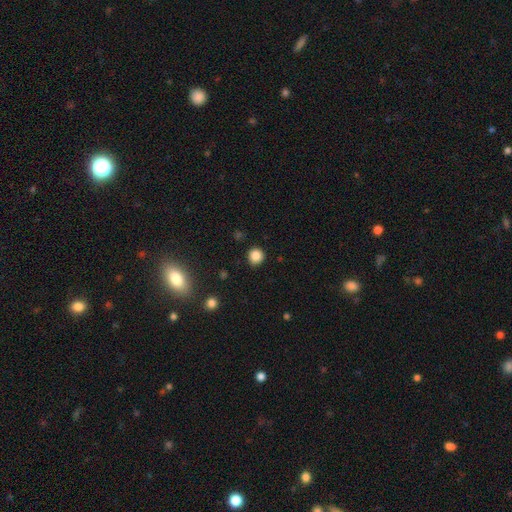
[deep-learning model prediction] Smooth or featured? Predicted: smooth (p=0.85). How rounded? Predicted: round (p=0.92). Merging? Predicted: none (p=0.90).